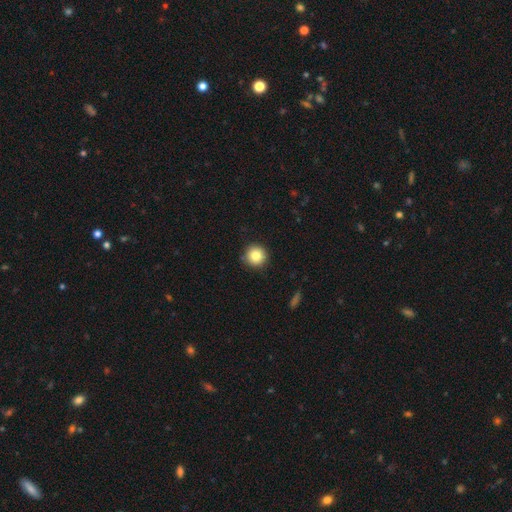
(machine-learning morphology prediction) type=smooth (83%); roundness=round (95%); merging=none (89%).